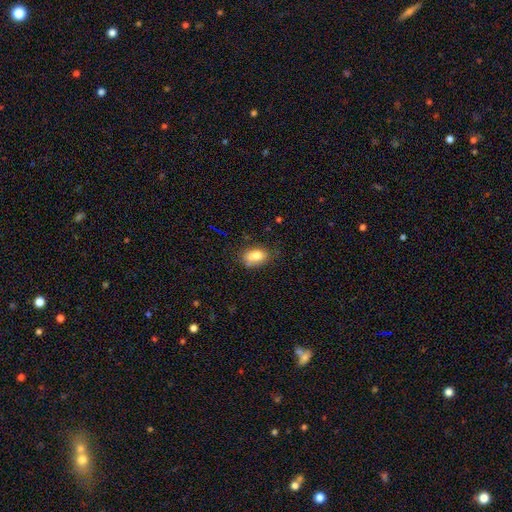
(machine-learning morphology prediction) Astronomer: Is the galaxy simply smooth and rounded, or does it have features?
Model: smooth — 79%.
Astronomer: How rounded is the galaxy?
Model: in between — 85%.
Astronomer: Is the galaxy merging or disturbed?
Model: none — 65%.